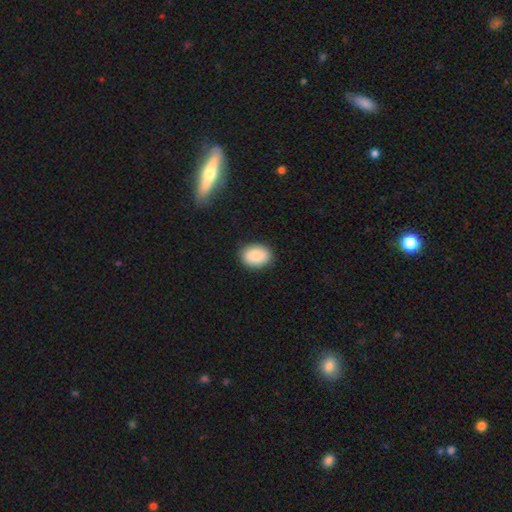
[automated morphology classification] Q: Smooth or featured?
A: smooth (89%); runner-up: star or artifact (7%)
Q: How rounded?
A: in between (74%); runner-up: round (25%)
Q: Merging?
A: none (87%); runner-up: minor disturbance (10%)